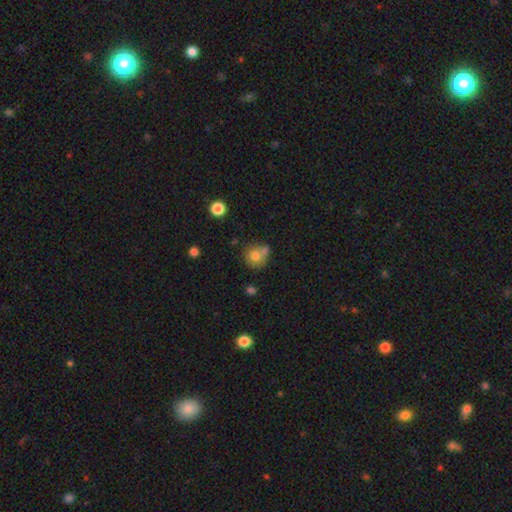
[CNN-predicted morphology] A smooth galaxy with no disk features (76%) that is round (85%).

Vote fractions:
- Smooth or featured? smooth: 76% / featured or disk: 13% / star or artifact: 11%
- How rounded? round: 85% / in between: 14% / cigar-shaped: 1%
- Merging? none: 52% / merger: 27% / minor disturbance: 15% / major disturbance: 5%